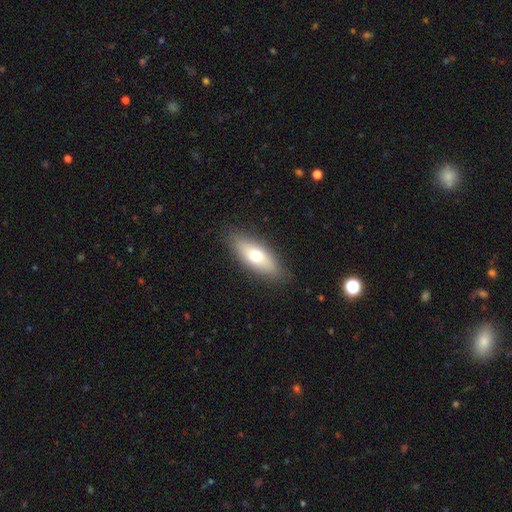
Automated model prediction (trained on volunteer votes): Q: Smooth or featured?
A: smooth (67%); runner-up: featured or disk (26%)
Q: How rounded?
A: in between (70%); runner-up: cigar-shaped (27%)
Q: Merging?
A: none (86%); runner-up: minor disturbance (10%)